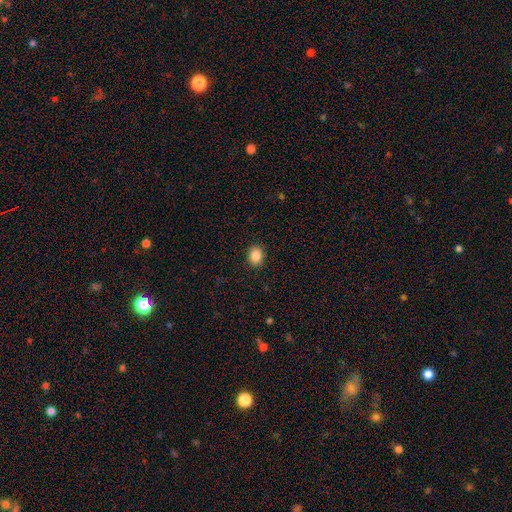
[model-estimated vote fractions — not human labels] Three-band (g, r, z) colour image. It shows a smooth galaxy with no disk features (87%) that is round (50%). Merging: none (90%).